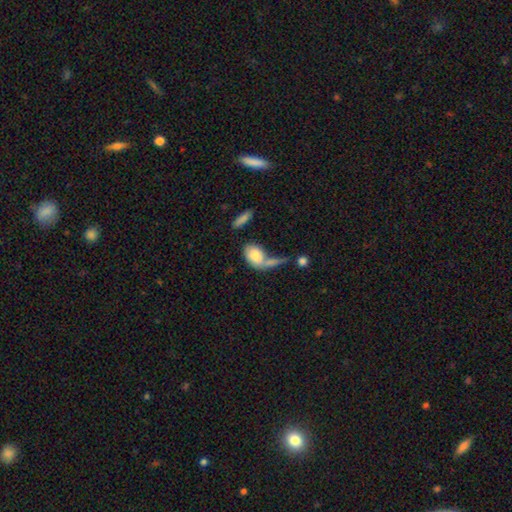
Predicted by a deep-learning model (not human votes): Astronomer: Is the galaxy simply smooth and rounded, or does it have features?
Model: smooth — 75%.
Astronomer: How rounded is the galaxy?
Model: in between — 82%.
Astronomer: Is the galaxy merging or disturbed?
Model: merger — 37% (runner-up: none, 31%).